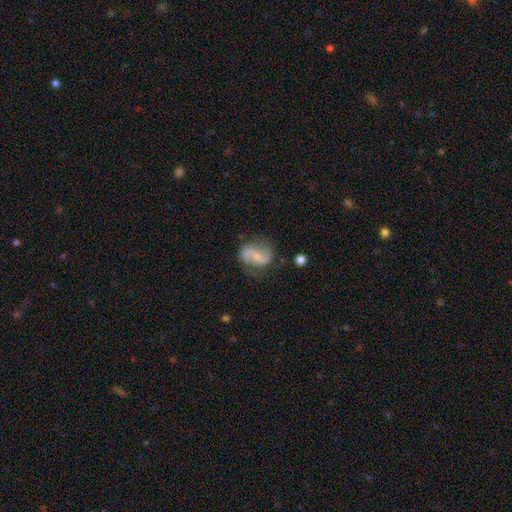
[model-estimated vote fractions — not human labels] Smooth or featured?
  - featured or disk: 70% *
  - smooth: 23%
  - star or artifact: 7%
Edge-on disk?
  - no: 97% *
  - yes: 3%
Bar?
  - weak: 39% *
  - no: 34%
  - strong: 28%
Spiral arms?
  - yes: 89% *
  - no: 11%
Spiral winding?
  - loose: 51% *
  - medium: 36%
  - tight: 12%
Spiral arm count?
  - 2: 88% *
  - can't tell: 6%
  - 1: 3%
  - 3: 1%
  - 4: 1%
  - more than 4: 1%
Bulge size?
  - small: 60% *
  - moderate: 24%
  - none: 13%
  - large: 2%
  - dominant: 1%
Merging?
  - none: 64% *
  - minor disturbance: 22%
  - major disturbance: 11%
  - merger: 3%